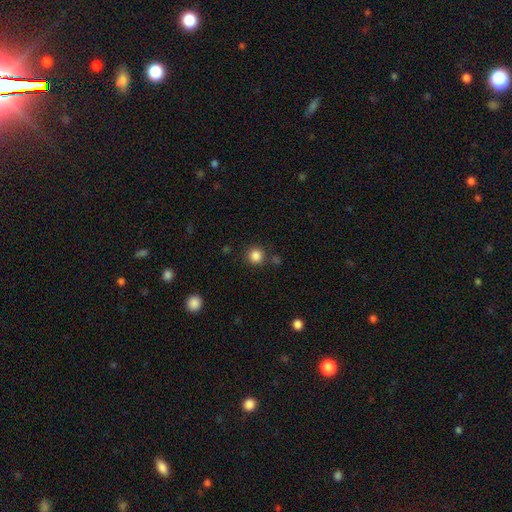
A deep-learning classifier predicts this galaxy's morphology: smooth 85%, star or artifact 11%, featured or disk 4%. Down the decision tree: how rounded — round (93%); merging — none (84%).